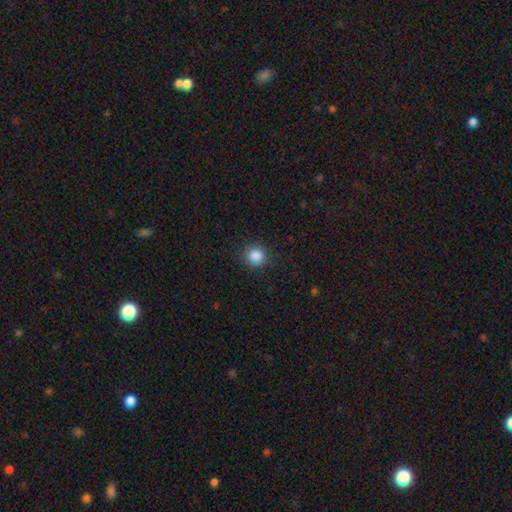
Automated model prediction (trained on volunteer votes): Smooth or featured? Predicted: smooth (p=0.87). How rounded? Predicted: round (p=0.91). Merging? Predicted: none (p=0.90).